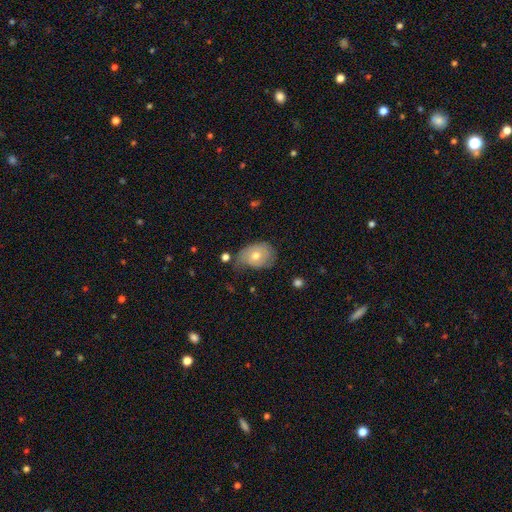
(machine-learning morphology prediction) The model was most divided on "merging": none: 43%, minor disturbance: 38%, major disturbance: 15%, merger: 4%. More confident: how rounded — in between (69%); smooth or featured — smooth (63%).